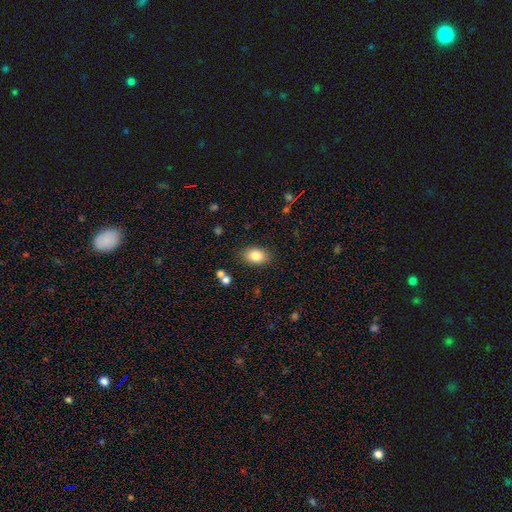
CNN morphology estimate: This appears to be a smooth galaxy with no disk features (84%) that is in between round and cigar-shaped (83%). Merging: none (84%).